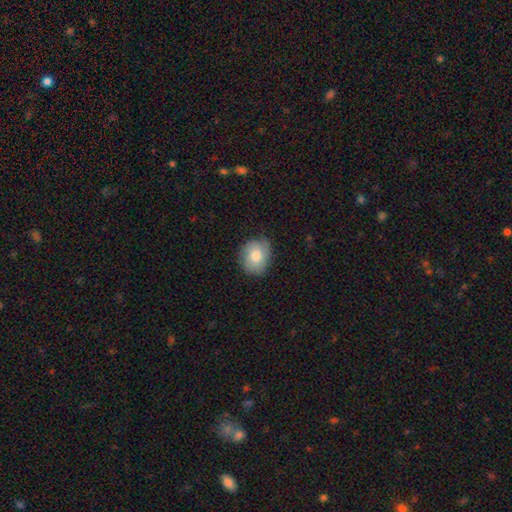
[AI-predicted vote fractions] Smooth or featured: smooth — 76% (featured or disk — 17%)
How rounded: round — 59% (in between — 40%)
Merging: none — 72% (minor disturbance — 23%)